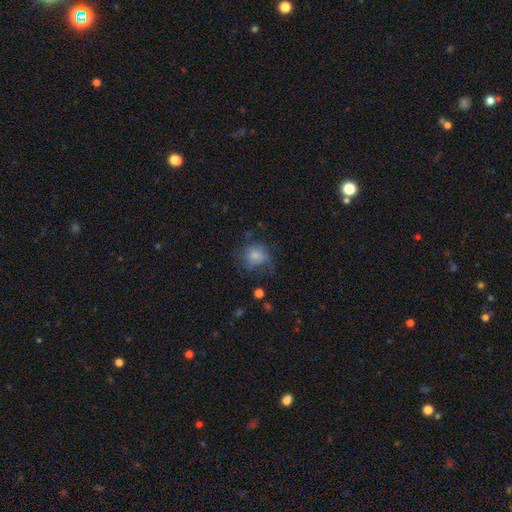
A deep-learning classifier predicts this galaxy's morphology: Q: Smooth or featured?
A: smooth (68%); runner-up: featured or disk (22%)
Q: How rounded?
A: round (74%); runner-up: in between (25%)
Q: Merging?
A: none (45%); runner-up: minor disturbance (27%)